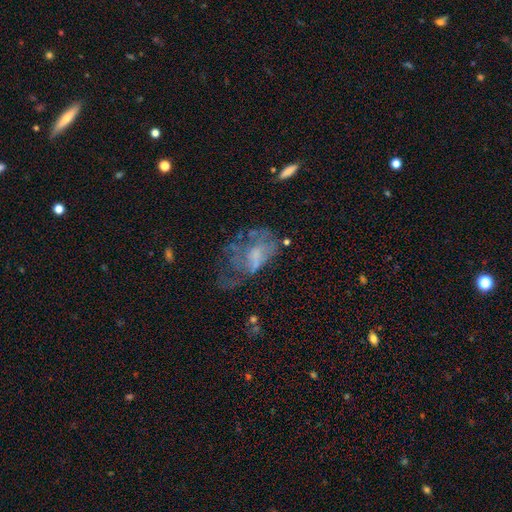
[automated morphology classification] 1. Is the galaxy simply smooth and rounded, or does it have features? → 54% featured or disk, 30% smooth, 16% star or artifact.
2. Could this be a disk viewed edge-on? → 95% no, 5% yes.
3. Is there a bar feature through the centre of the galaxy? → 75% no, 21% weak, 4% strong.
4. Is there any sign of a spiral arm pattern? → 74% no, 26% yes.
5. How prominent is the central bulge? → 42% none, 26% small, 25% moderate, 7% large, 1% dominant.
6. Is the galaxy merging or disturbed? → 40% major disturbance, 34% none, 21% minor disturbance, 6% merger.